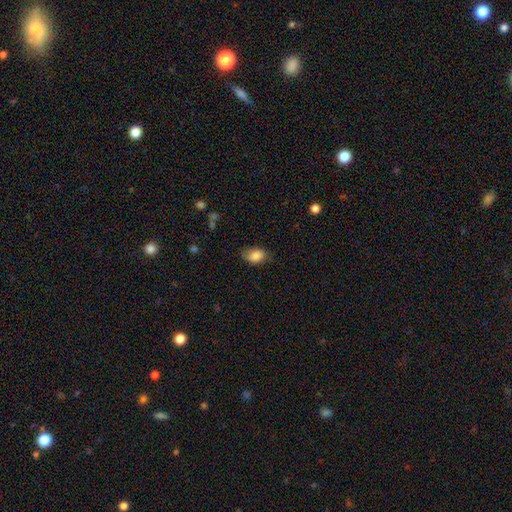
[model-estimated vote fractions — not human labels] The model was most divided on "merging": none: 72%, minor disturbance: 22%, major disturbance: 5%, merger: 1%. More confident: smooth or featured — smooth (87%); how rounded — in between (84%).